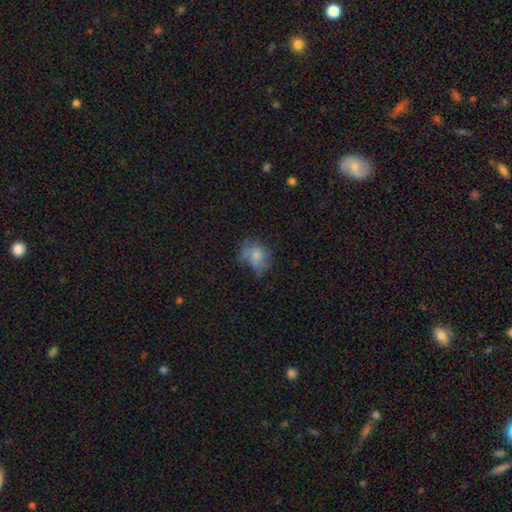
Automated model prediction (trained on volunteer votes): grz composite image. It shows a smooth galaxy with no disk features (60%) that is round (52%). Merging: none (37%).